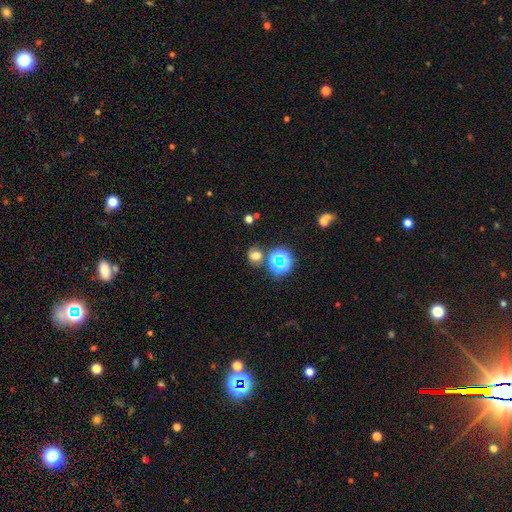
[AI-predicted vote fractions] Smooth or featured? Predicted: smooth (p=0.59). How rounded? Predicted: round (p=0.72). Merging? Predicted: none (p=0.71).